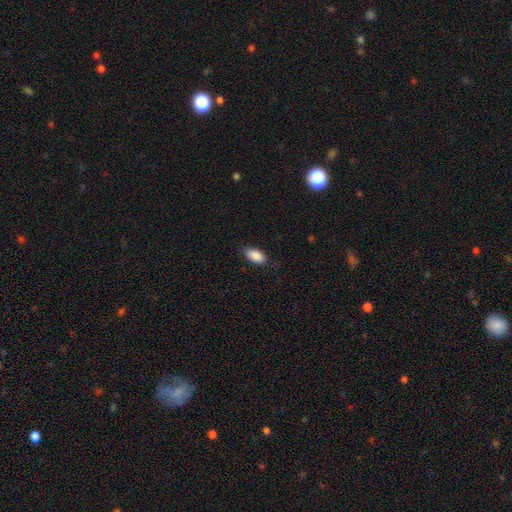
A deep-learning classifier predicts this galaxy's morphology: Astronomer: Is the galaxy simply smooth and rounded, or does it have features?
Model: smooth — 88%.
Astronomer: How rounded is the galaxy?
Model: in between — 91%.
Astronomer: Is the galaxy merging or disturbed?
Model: none — 80%.